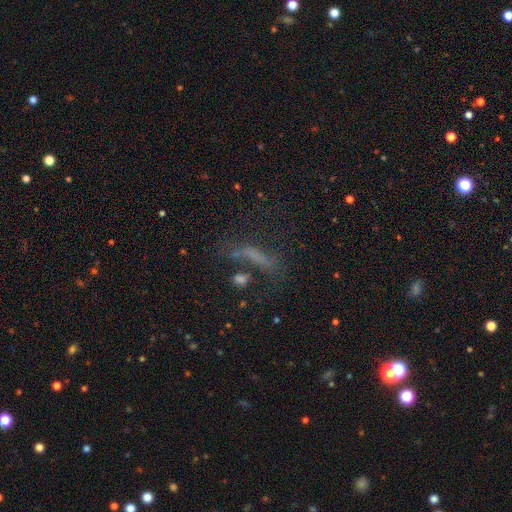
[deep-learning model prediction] A smooth galaxy with no disk features (49%).

Vote fractions:
- Smooth or featured? smooth: 49% / featured or disk: 28% / star or artifact: 23%
- Merging? none: 47% / major disturbance: 23% / minor disturbance: 18% / merger: 12%